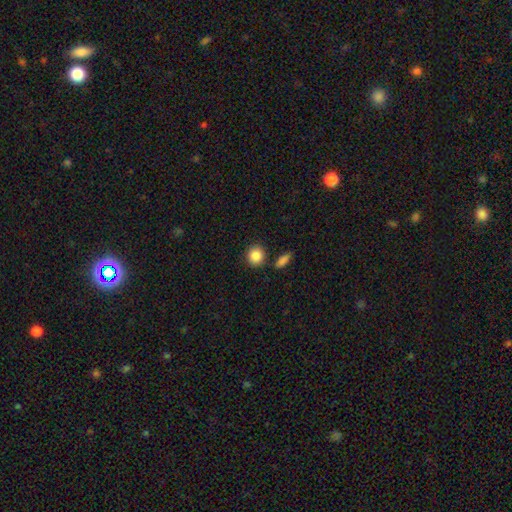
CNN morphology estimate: Q: Smooth or featured?
A: smooth (88%); runner-up: star or artifact (8%)
Q: How rounded?
A: round (83%); runner-up: in between (15%)
Q: Merging?
A: none (82%); runner-up: minor disturbance (9%)